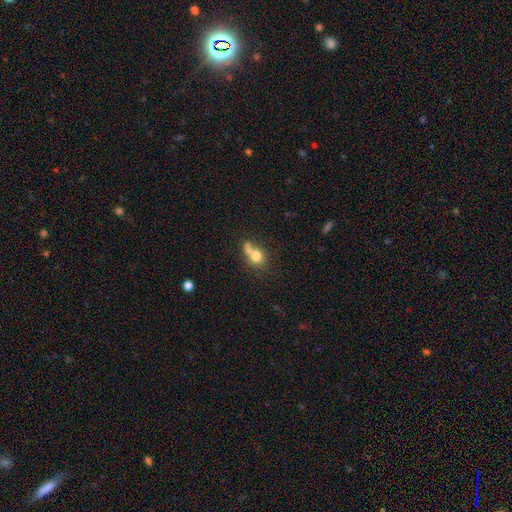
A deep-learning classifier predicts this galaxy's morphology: A smooth galaxy with no disk features (73%) that is round (70%). Merging: merger (49%).